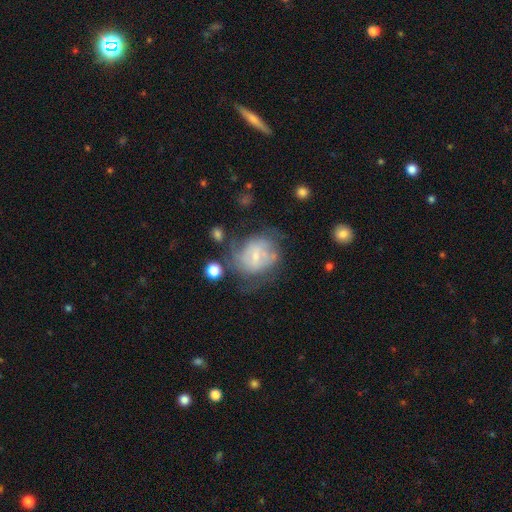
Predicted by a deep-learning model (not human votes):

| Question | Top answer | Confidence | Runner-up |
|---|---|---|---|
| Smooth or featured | featured or disk | 57% | smooth (34%) |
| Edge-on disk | no | 96% | yes (4%) |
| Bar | no | 46% | weak (43%) |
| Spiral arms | yes | 64% | no (36%) |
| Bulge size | small | 66% | moderate (23%) |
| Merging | none | 43% | major disturbance (25%) |